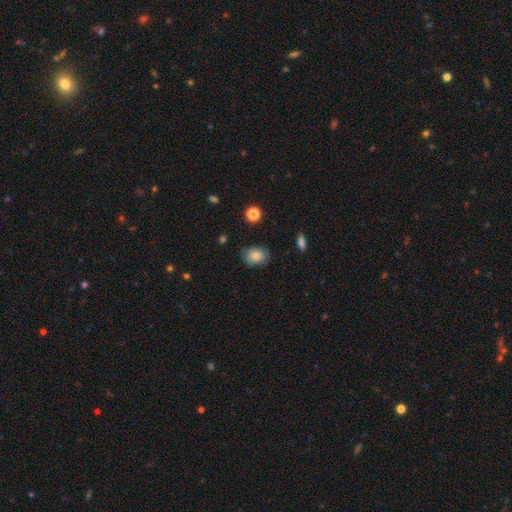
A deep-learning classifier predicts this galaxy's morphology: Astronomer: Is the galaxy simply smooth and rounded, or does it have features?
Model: smooth — 77%.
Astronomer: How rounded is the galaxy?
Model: in between — 65%.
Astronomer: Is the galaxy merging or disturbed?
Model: none — 76%.